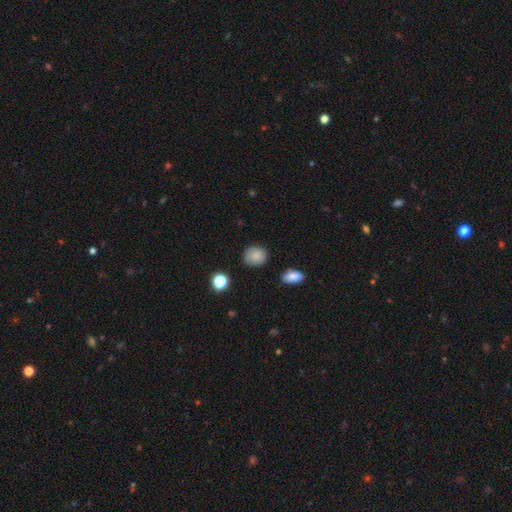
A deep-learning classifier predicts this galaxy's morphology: type=smooth (83%); roundness=round (70%); merging=none (81%).